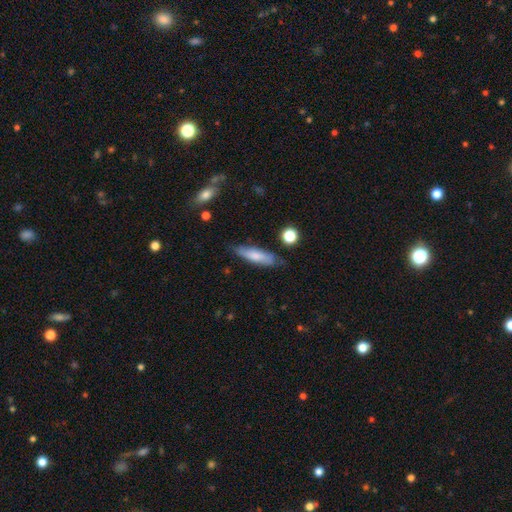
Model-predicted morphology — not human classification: A smooth galaxy with no disk features (71%) that is cigar-shaped (62%).

Vote fractions:
- Smooth or featured? smooth: 71% / featured or disk: 23% / star or artifact: 7%
- How rounded? cigar-shaped: 62% / in between: 36% / round: 2%
- Merging? none: 71% / minor disturbance: 21% / major disturbance: 5% / merger: 3%